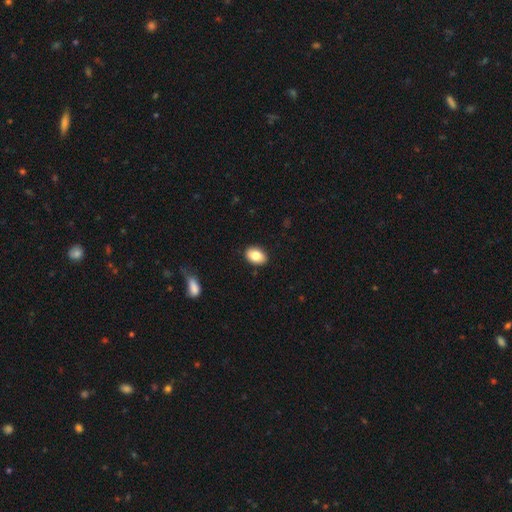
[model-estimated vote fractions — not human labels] A smooth galaxy with no disk features (83%) that is in between round and cigar-shaped (85%). Merging: none (89%).